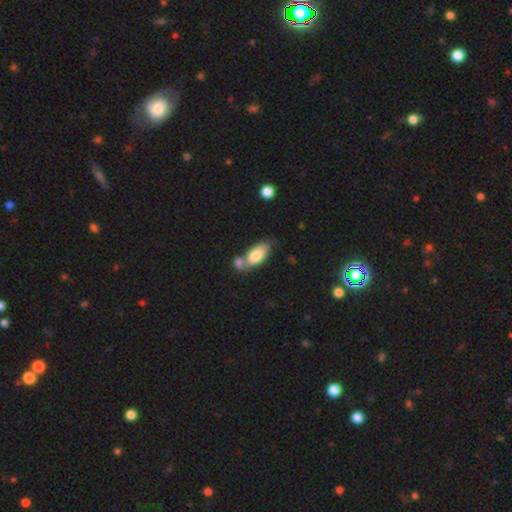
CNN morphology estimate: This appears to be a smooth galaxy with no disk features (76%) that is in between round and cigar-shaped (85%). Merging: none (42%).